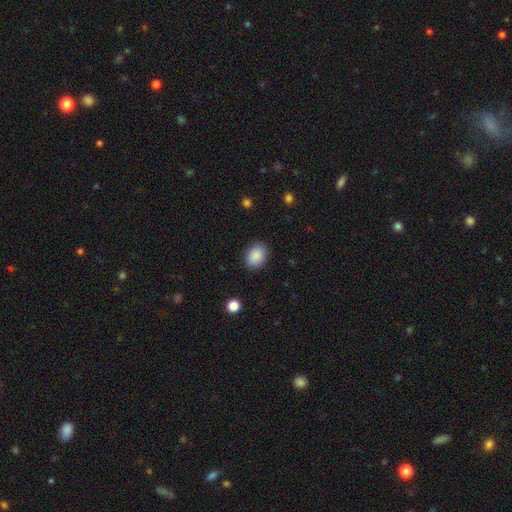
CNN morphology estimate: Q: Smooth or featured?
A: smooth (89%); runner-up: star or artifact (8%)
Q: How rounded?
A: in between (62%); runner-up: round (37%)
Q: Merging?
A: none (87%); runner-up: minor disturbance (9%)